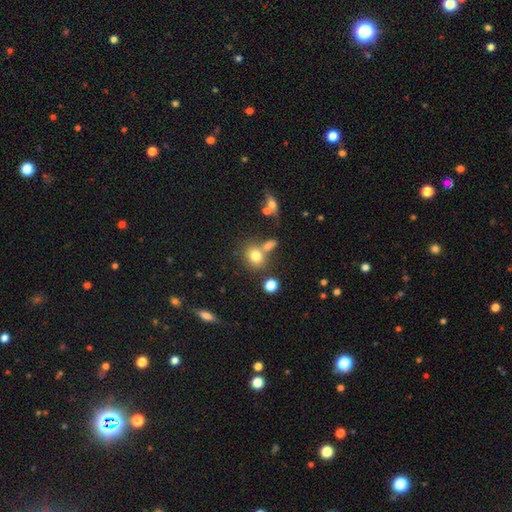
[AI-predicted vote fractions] Q: Smooth or featured?
A: smooth (76%); runner-up: star or artifact (13%)
Q: How rounded?
A: round (57%); runner-up: in between (41%)
Q: Merging?
A: none (56%); runner-up: merger (26%)